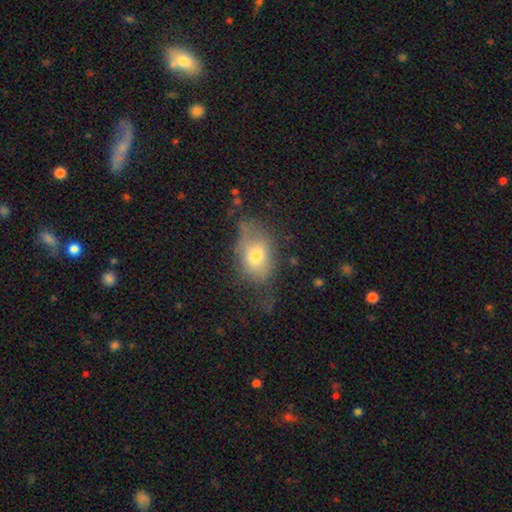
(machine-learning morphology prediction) Q: Smooth or featured?
A: smooth (67%); runner-up: featured or disk (22%)
Q: How rounded?
A: in between (76%); runner-up: round (22%)
Q: Merging?
A: none (43%); runner-up: minor disturbance (31%)